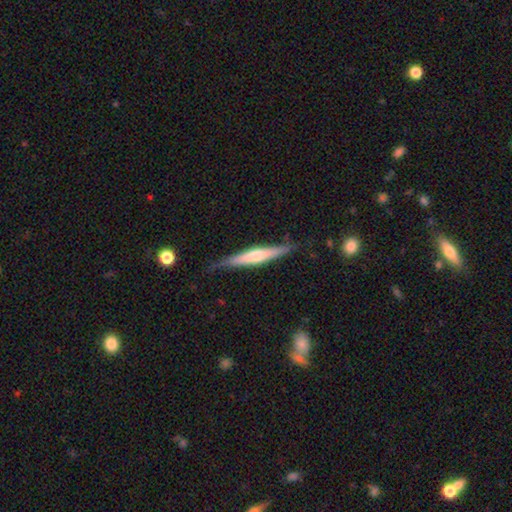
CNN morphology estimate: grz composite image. It shows a featured or disk galaxy (58%) viewed edge-on (96%) with a rounded central bulge (63%). Merging: none (79%).